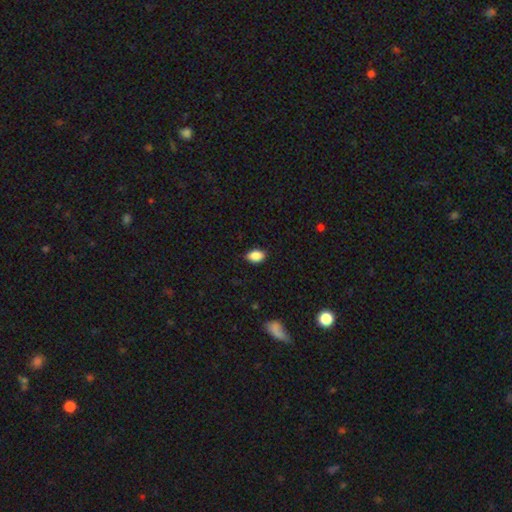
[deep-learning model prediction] This appears to be a smooth galaxy with no disk features (88%) that is in between round and cigar-shaped (87%). Merging: none (84%).